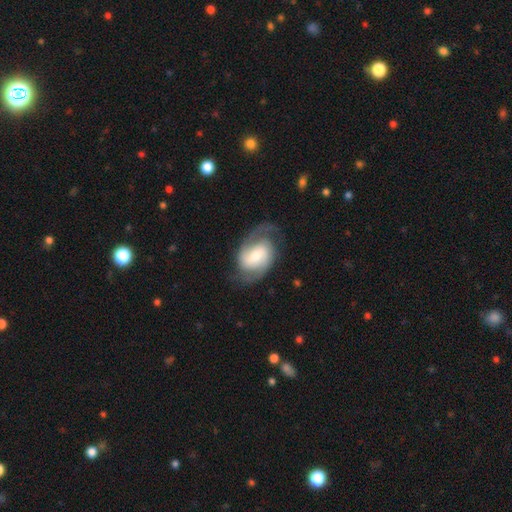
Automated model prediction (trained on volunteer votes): Smooth or featured? Predicted: featured or disk (p=0.80). Edge-on disk? Predicted: no (p=0.97). Bar? Predicted: weak (p=0.47). Spiral arms? Predicted: yes (p=0.94). Spiral winding? Predicted: medium (p=0.48). Spiral arm count? Predicted: 2 (p=0.84). Bulge size? Predicted: moderate (p=0.55). Merging? Predicted: none (p=0.68).